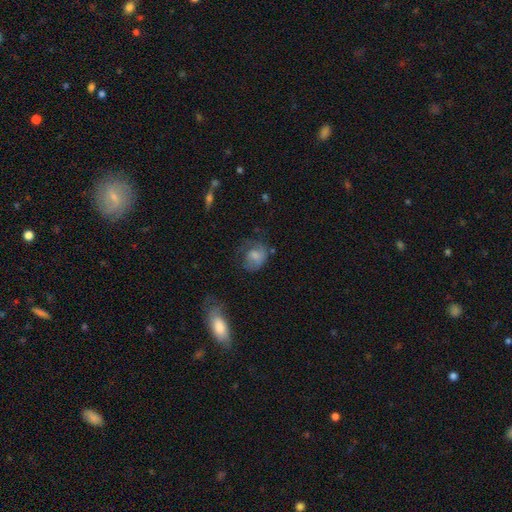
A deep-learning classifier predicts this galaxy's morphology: Overall: smooth (58%; featured or disk 32%). How rounded: round (53%; in between 46%). Merging: none (42%; minor disturbance 28%).